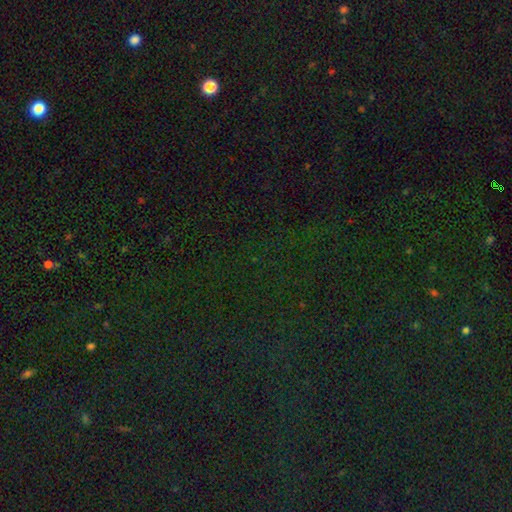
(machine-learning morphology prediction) A star or artifact, not a galaxy (82%).